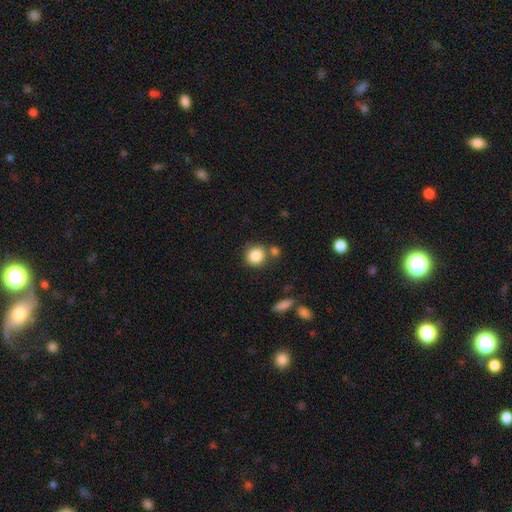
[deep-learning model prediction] The model was most divided on "merging": none: 70%, merger: 16%, minor disturbance: 11%, major disturbance: 4%. More confident: how rounded — round (86%); smooth or featured — smooth (86%).